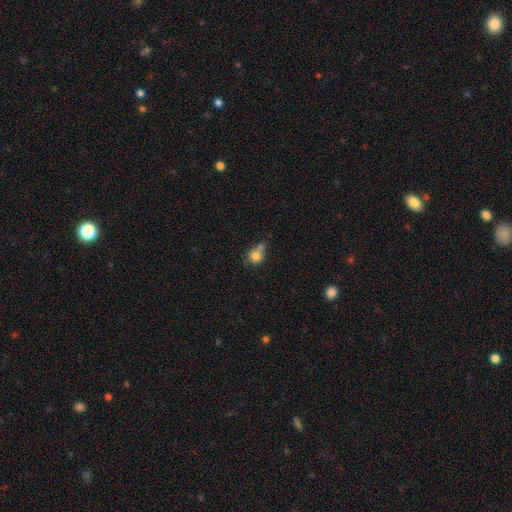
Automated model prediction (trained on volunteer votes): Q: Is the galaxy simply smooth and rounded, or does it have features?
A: smooth — 78%.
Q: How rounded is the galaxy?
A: round — 78%.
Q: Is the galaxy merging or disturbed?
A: none — 39%.